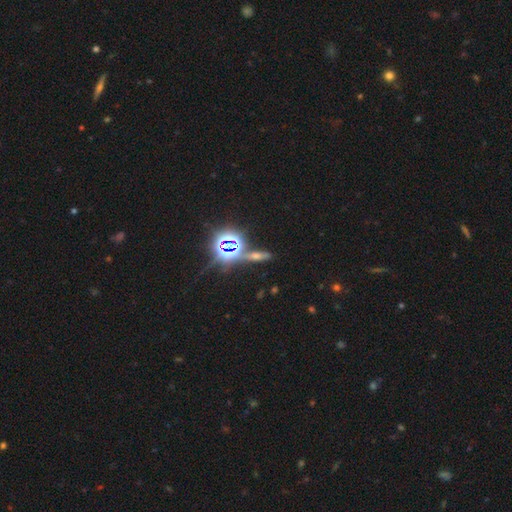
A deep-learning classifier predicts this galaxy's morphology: Q: Smooth or featured?
A: star or artifact (54%); runner-up: smooth (25%)